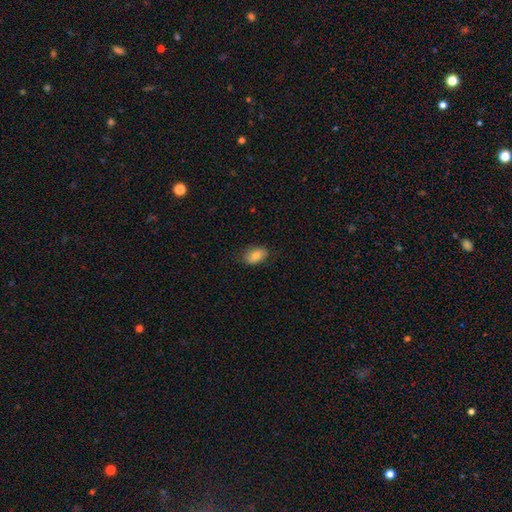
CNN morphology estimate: The model was most divided on "merging": none: 79%, minor disturbance: 17%, major disturbance: 3%, merger: 1%. More confident: how rounded — in between (88%); smooth or featured — smooth (79%).